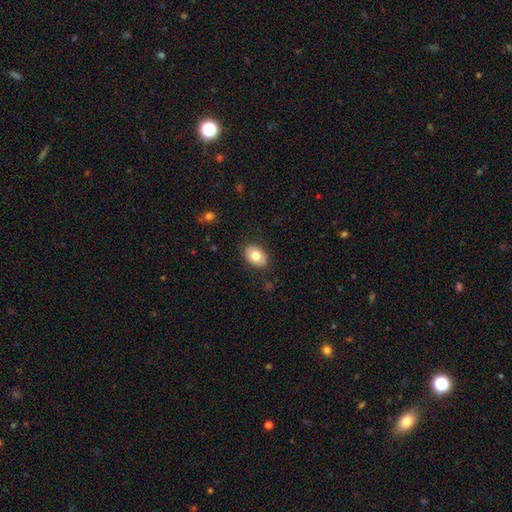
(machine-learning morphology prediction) A smooth galaxy with no disk features (76%) that is in between round and cigar-shaped (78%). Merging: none (85%).